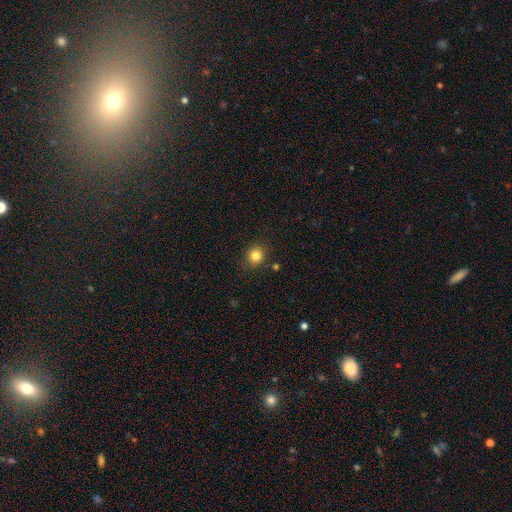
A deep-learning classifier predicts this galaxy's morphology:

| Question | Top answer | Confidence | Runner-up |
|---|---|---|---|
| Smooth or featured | smooth | 83% | star or artifact (12%) |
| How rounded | round | 84% | in between (15%) |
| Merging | none | 87% | minor disturbance (8%) |